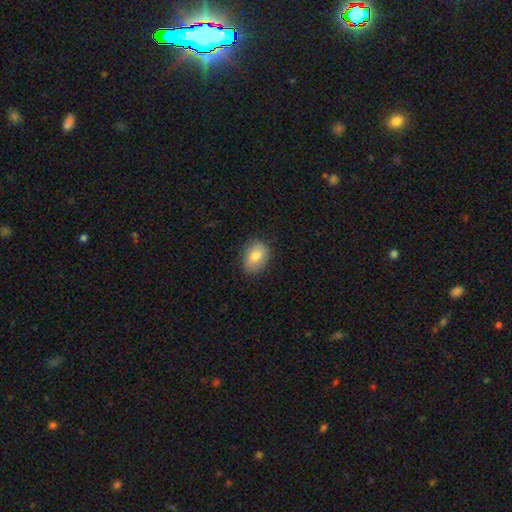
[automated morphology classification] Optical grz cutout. It shows a smooth galaxy with no disk features (78%) that is in between round and cigar-shaped (71%). Merging: none (79%).